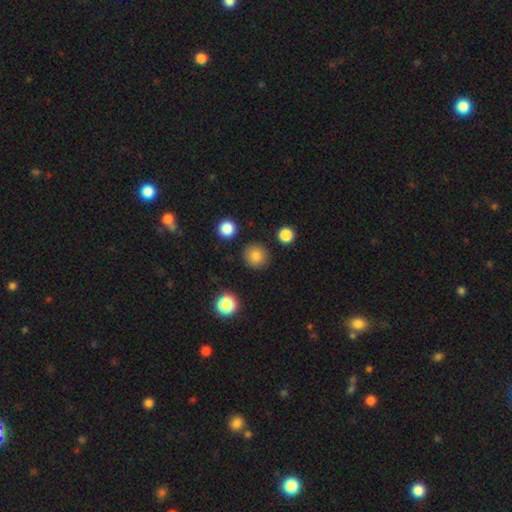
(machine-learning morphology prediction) smooth_or_featured: smooth (p=0.82) [alt: star or artifact p=0.12]
how_rounded: round (p=0.92) [alt: in between p=0.07]
merging: none (p=0.89) [alt: minor disturbance p=0.06]